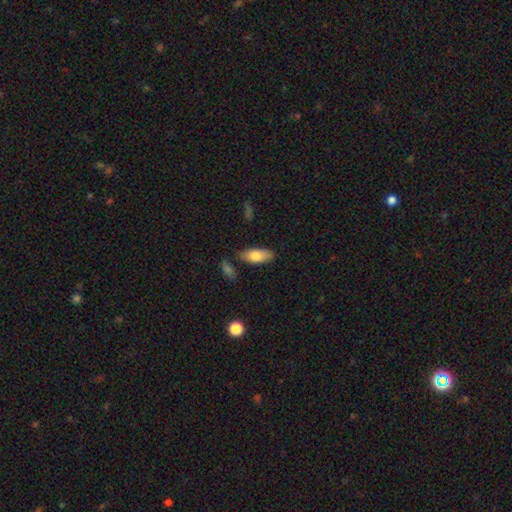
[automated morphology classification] A smooth galaxy with no disk features (76%) that is in between round and cigar-shaped (81%). Merging: none (78%).